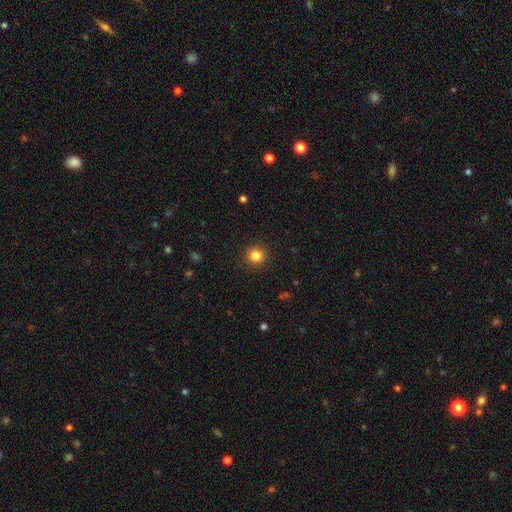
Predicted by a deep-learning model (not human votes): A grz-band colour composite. It shows a smooth galaxy with no disk features (84%) that is round (94%). Merging: none (92%).